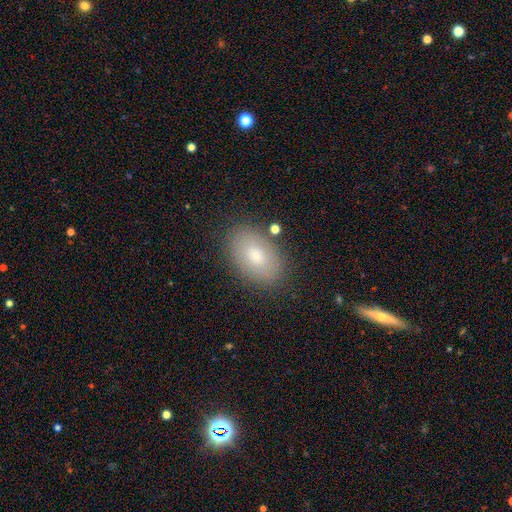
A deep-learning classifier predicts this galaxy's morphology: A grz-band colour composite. It shows a smooth galaxy with no disk features (71%) that is in between round and cigar-shaped (88%). Merging: none (82%).